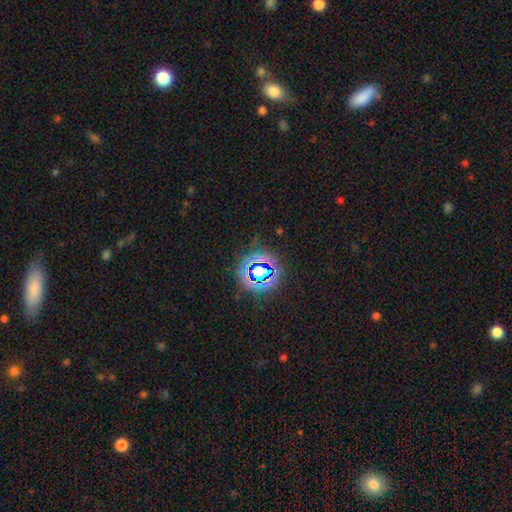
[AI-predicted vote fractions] Smooth or featured? Predicted: star or artifact (p=0.77).